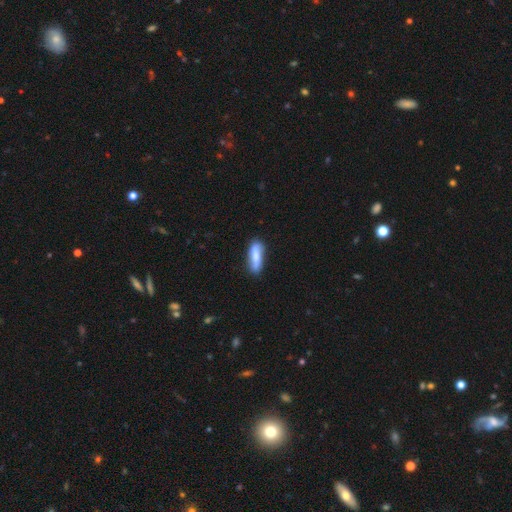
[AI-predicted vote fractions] Morphology: type=smooth (68%); roundness=cigar-shaped (49%); merging=none (79%).